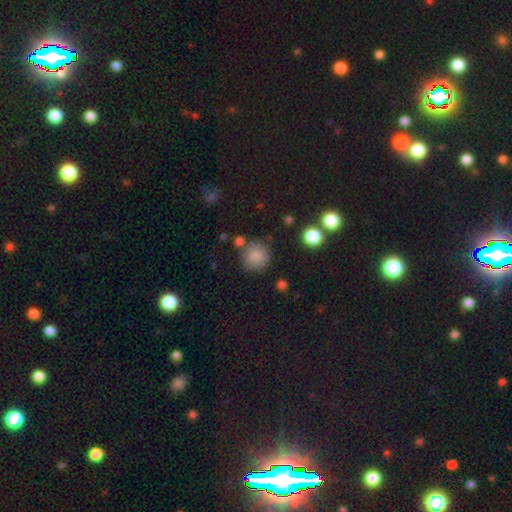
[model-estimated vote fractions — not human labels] Q: Smooth or featured?
A: smooth (83%); runner-up: star or artifact (11%)
Q: How rounded?
A: round (90%); runner-up: in between (9%)
Q: Merging?
A: none (77%); runner-up: minor disturbance (12%)